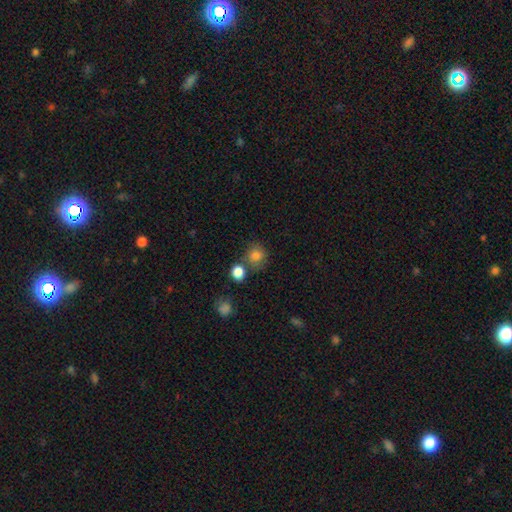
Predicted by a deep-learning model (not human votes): smooth 81%, star or artifact 11%, featured or disk 7%. Down the decision tree: how rounded — round (81%); merging — none (62%).